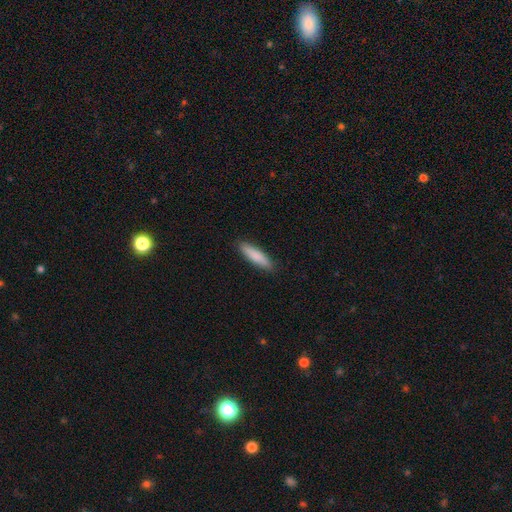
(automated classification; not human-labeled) The model was most divided on "how rounded": cigar-shaped: 72%, in between: 26%, round: 1%. More confident: merging — none (89%); smooth or featured — smooth (85%).